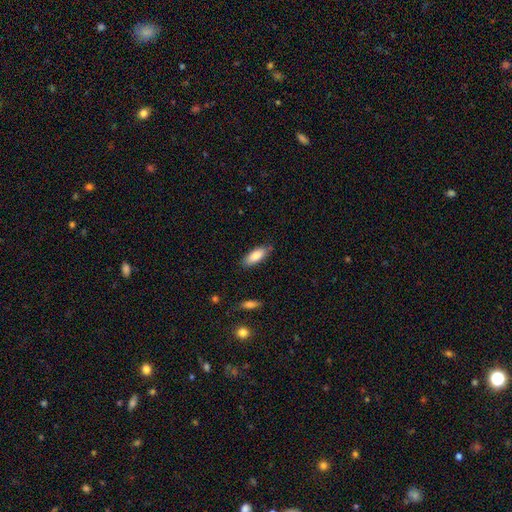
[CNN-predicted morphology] A smooth galaxy with no disk features (85%) that is in between round and cigar-shaped (76%).

Vote fractions:
- Smooth or featured? smooth: 85% / featured or disk: 9% / star or artifact: 6%
- How rounded? in between: 76% / cigar-shaped: 23% / round: 2%
- Merging? none: 81% / minor disturbance: 14% / major disturbance: 3% / merger: 2%